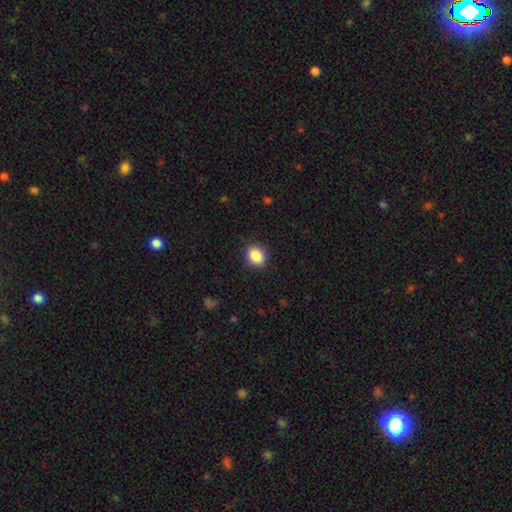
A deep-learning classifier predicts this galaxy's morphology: type=smooth (87%); roundness=round (61%); merging=none (89%).